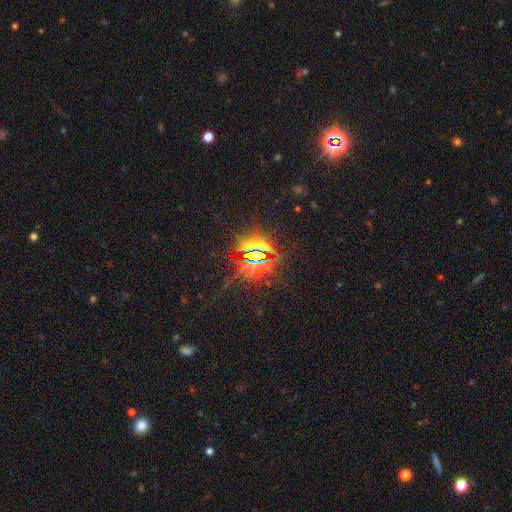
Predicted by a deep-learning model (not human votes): Smooth or featured? Predicted: star or artifact (p=0.84).